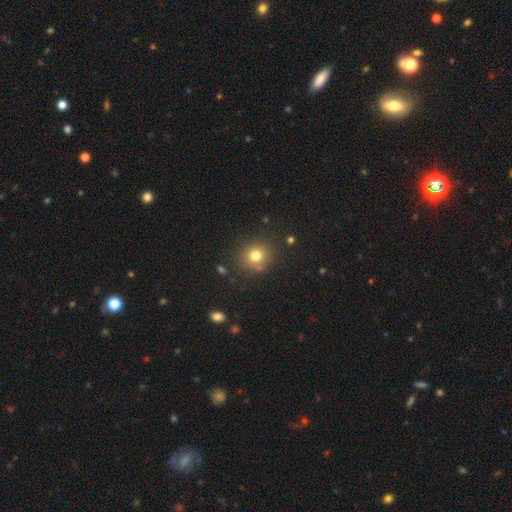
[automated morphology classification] smooth-or-featured: smooth: 77% | star or artifact: 15% | featured or disk: 9%
  how-rounded: round: 85% | in between: 15% | cigar-shaped: 1%
  merging: none: 80% | minor disturbance: 10% | merger: 6% | major disturbance: 4%